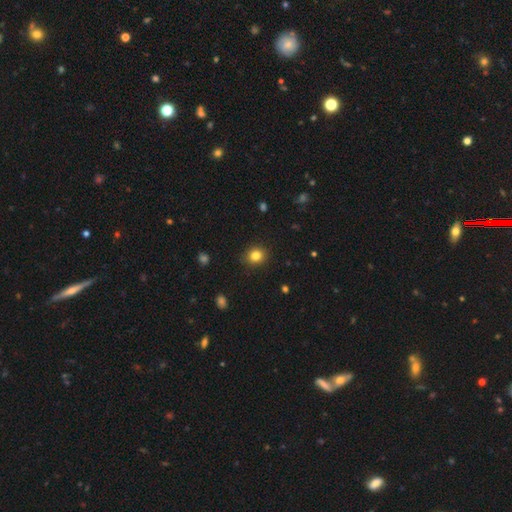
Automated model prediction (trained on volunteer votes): This appears to be a smooth galaxy with no disk features (82%) that is round (77%). Merging: none (89%).